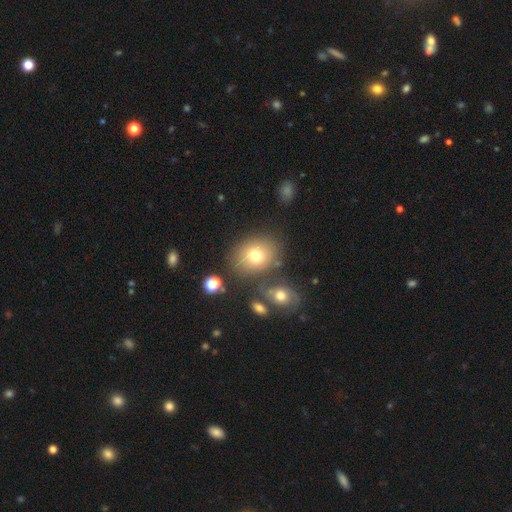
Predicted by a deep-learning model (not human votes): Smooth or featured: smooth — 73% (featured or disk — 14%)
How rounded: round — 56% (in between — 43%)
Merging: none — 74% (minor disturbance — 13%)